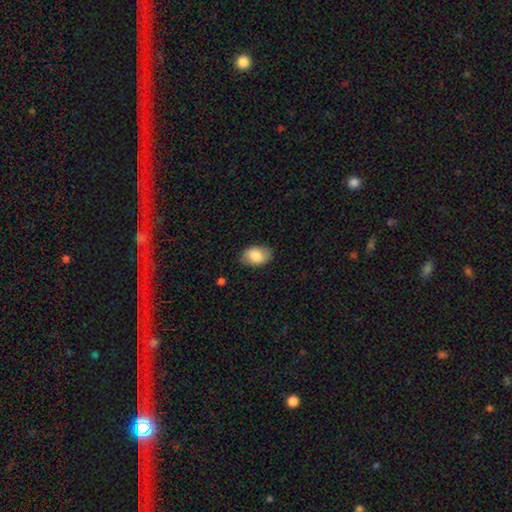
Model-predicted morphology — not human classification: smooth_or_featured: smooth (p=0.82) [alt: featured or disk p=0.11]
how_rounded: in between (p=0.84) [alt: round p=0.15]
merging: none (p=0.80) [alt: minor disturbance p=0.16]